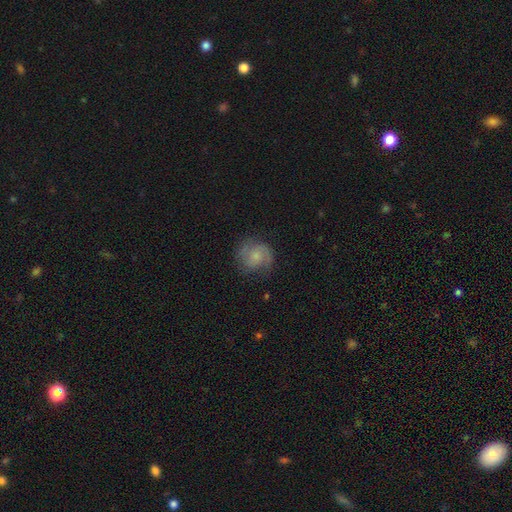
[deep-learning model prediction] This appears to be a featured or disk galaxy (54%) with no bar (69%), spiral arms (89%) and a small central bulge (45%). Merging: none (70%).